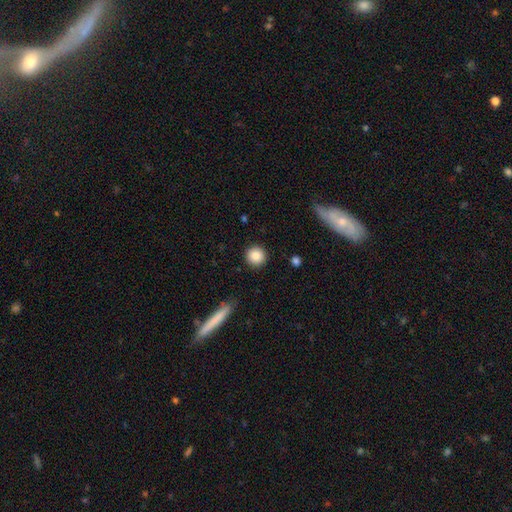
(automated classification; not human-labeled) Smooth or featured? Predicted: smooth (p=0.87). How rounded? Predicted: round (p=0.95). Merging? Predicted: none (p=0.90).